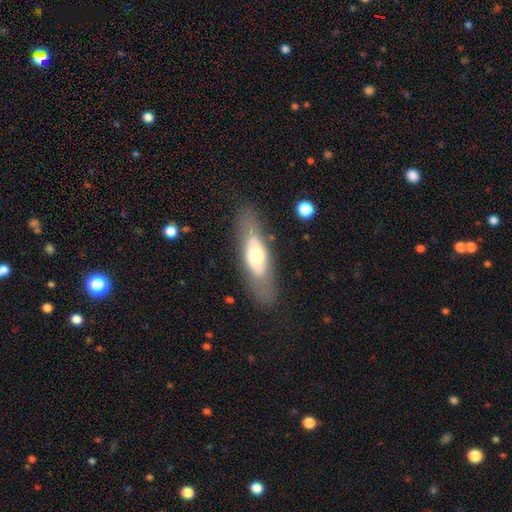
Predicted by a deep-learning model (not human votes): Q: Smooth or featured?
A: featured or disk (52%); runner-up: smooth (42%)
Q: Edge-on disk?
A: no (67%); runner-up: yes (33%)
Q: Merging?
A: none (77%); runner-up: minor disturbance (14%)